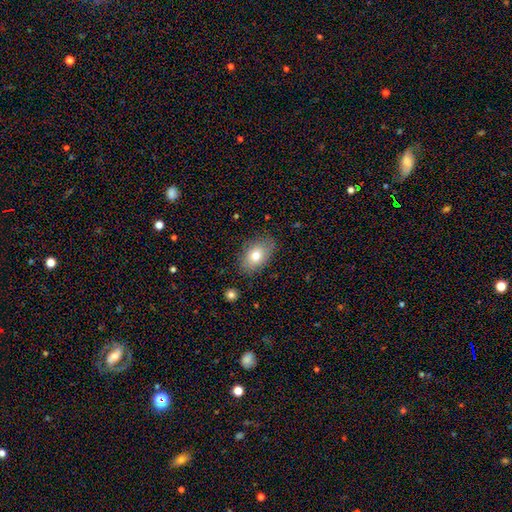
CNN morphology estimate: smooth_or_featured: smooth (p=0.76) [alt: featured or disk p=0.16]
how_rounded: in between (p=0.88) [alt: round p=0.10]
merging: none (p=0.81) [alt: minor disturbance p=0.14]